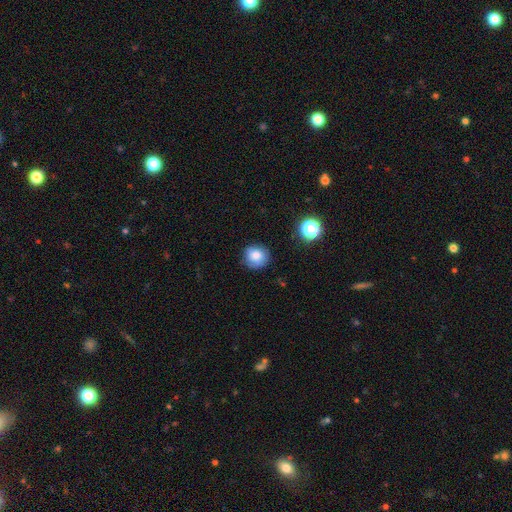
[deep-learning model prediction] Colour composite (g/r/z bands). It shows a smooth galaxy with no disk features (78%) that is round (85%). Merging: none (75%).